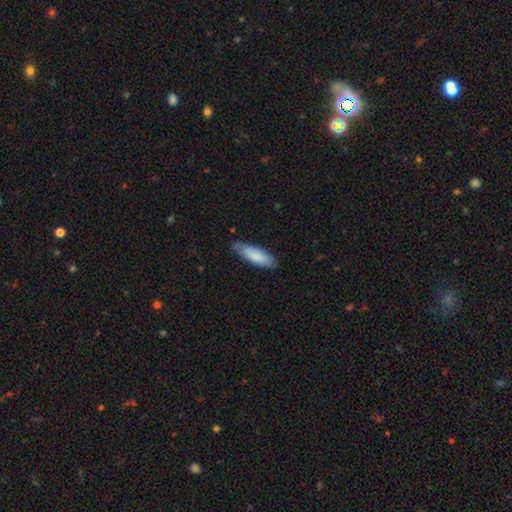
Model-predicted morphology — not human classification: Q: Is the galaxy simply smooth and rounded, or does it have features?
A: smooth — 81%.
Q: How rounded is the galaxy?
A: in between — 56%.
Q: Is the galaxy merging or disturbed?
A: none — 72%.